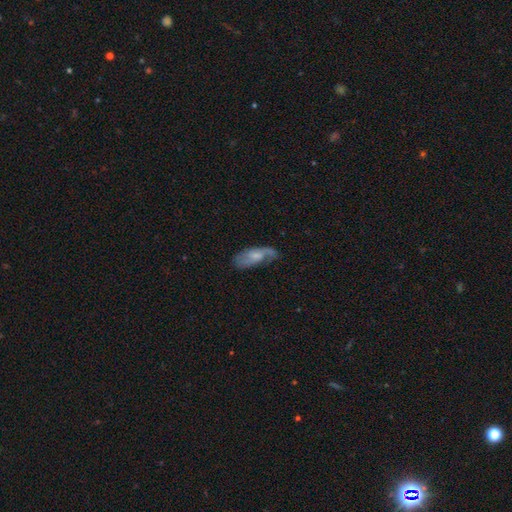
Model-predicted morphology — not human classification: Smooth or featured? featured or disk (57%)
Edge-on disk? no (89%)
Bar? no (50%)
Spiral arms? yes (84%)
Bulge size? small (43%)
Merging? none (54%)